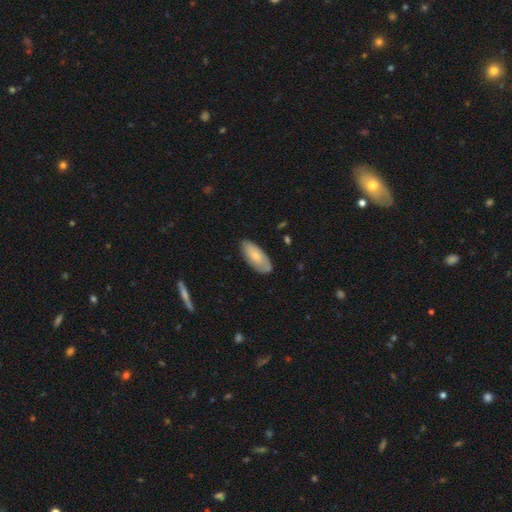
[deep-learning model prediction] Smooth or featured?
  - smooth: 63% *
  - featured or disk: 31%
  - star or artifact: 6%
How rounded?
  - in between: 88% *
  - cigar-shaped: 10%
  - round: 2%
Merging?
  - none: 75% *
  - minor disturbance: 19%
  - major disturbance: 4%
  - merger: 1%